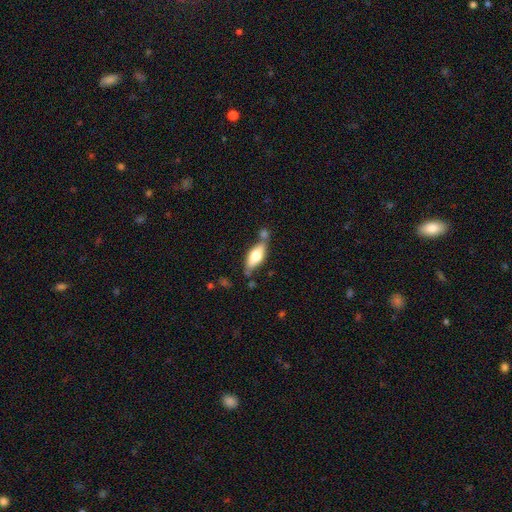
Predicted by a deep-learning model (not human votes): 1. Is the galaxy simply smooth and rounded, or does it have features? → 62% smooth, 32% featured or disk, 6% star or artifact.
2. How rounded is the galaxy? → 73% in between, 24% cigar-shaped, 3% round.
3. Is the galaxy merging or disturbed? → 58% none, 18% minor disturbance, 18% merger, 5% major disturbance.